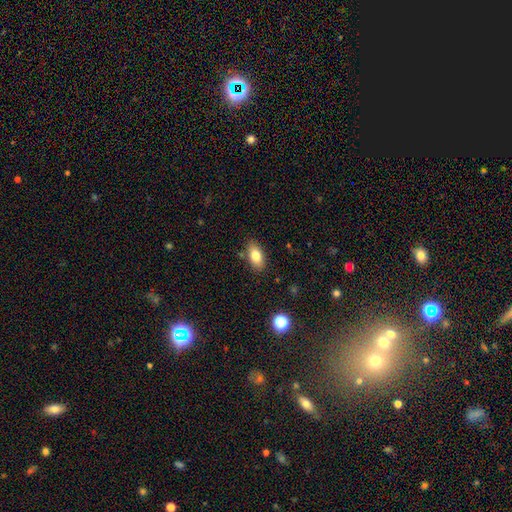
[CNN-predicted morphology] smooth 80%, featured or disk 12%, star or artifact 8%. Down the decision tree: how rounded — in between (89%); merging — none (84%).